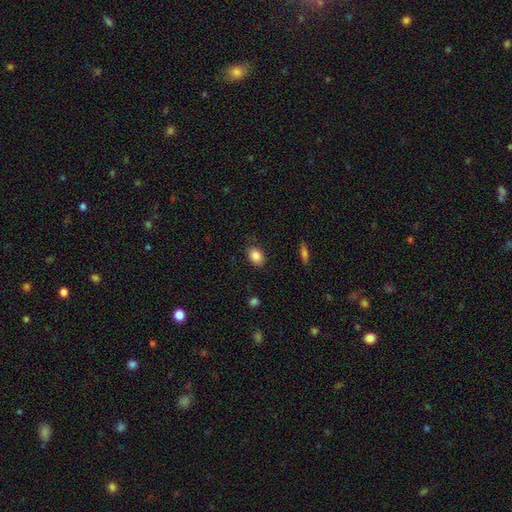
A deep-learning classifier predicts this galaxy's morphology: Smooth or featured? smooth (86%)
How rounded? in between (78%)
Merging? none (84%)